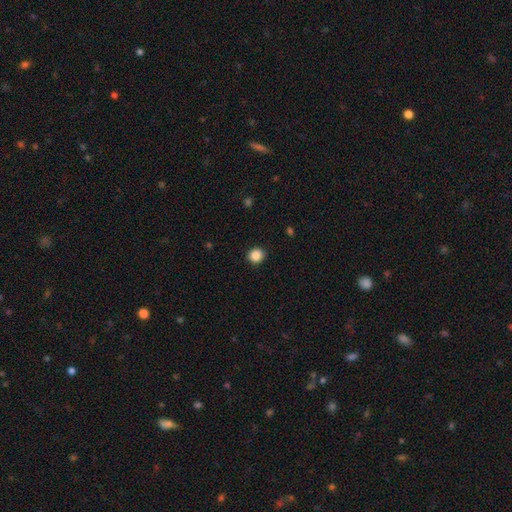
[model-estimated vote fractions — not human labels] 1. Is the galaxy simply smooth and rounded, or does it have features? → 87% smooth, 10% star or artifact, 3% featured or disk.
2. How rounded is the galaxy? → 90% round, 9% in between, 1% cigar-shaped.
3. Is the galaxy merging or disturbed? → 91% none, 6% minor disturbance, 2% major disturbance, 1% merger.